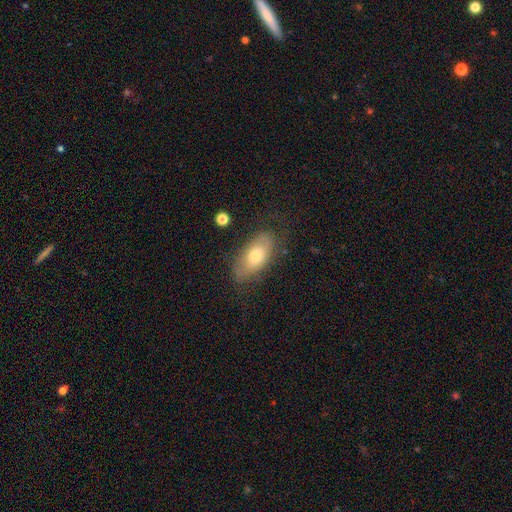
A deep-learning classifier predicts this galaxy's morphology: This appears to be a smooth galaxy with no disk features (65%) that is in between round and cigar-shaped (89%). Merging: none (68%).